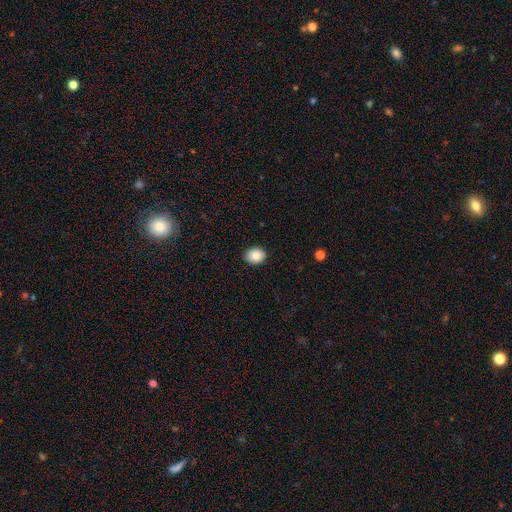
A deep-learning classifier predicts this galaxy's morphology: This appears to be a smooth galaxy with no disk features (86%) that is round (53%). Merging: none (90%).